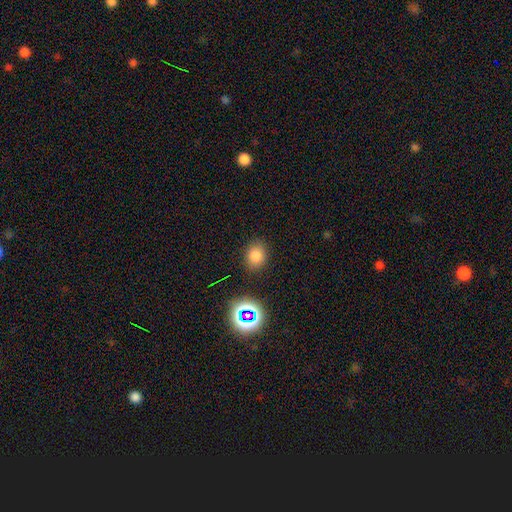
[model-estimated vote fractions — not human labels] smooth-or-featured: smooth: 76% | star or artifact: 17% | featured or disk: 7%
  how-rounded: round: 51% | in between: 48% | cigar-shaped: 1%
  merging: none: 84% | minor disturbance: 10% | major disturbance: 3% | merger: 2%